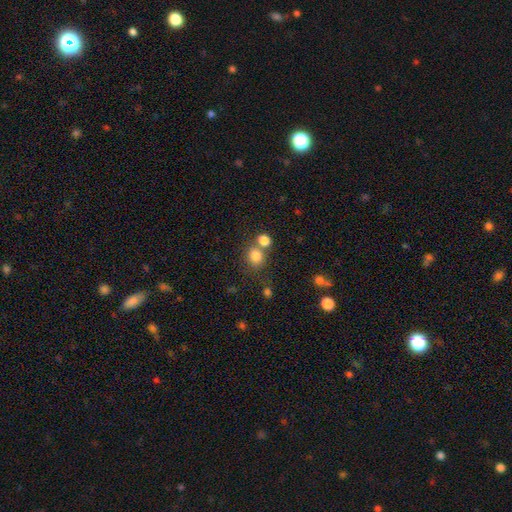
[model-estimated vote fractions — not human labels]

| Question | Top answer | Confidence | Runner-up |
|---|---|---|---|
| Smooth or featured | smooth | 81% | star or artifact (12%) |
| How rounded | round | 68% | in between (32%) |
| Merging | none | 54% | merger (31%) |